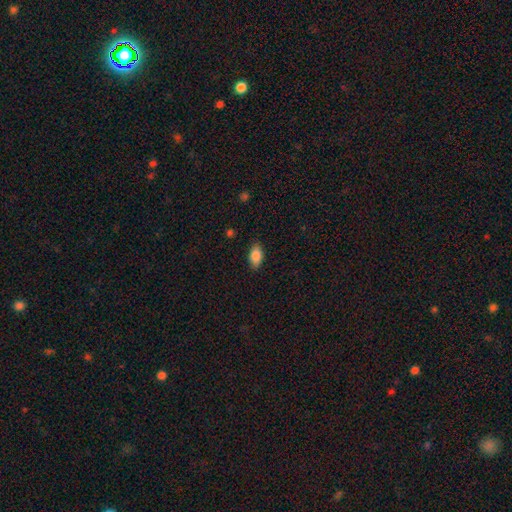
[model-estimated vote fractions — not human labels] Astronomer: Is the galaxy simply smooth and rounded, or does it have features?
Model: smooth — 86%.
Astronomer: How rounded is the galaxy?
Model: in between — 91%.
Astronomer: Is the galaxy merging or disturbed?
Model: none — 86%.